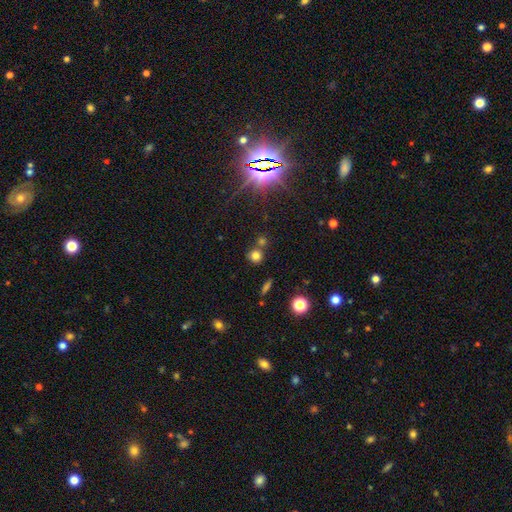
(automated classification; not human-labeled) A smooth galaxy with no disk features (74%) that is round (87%). Merging: none (69%).